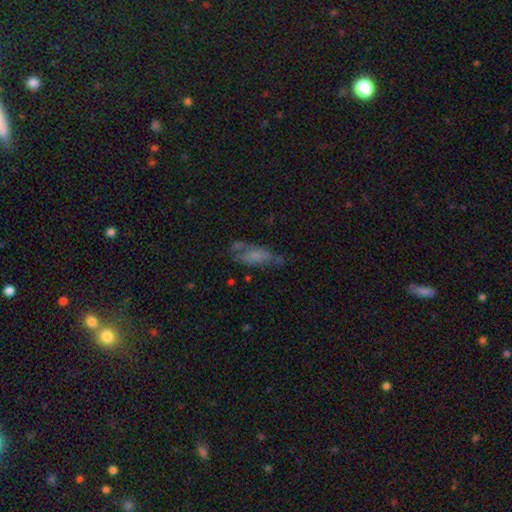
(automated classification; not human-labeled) Morphology: type=smooth (52%); roundness=in between (72%); merging=none (40%).